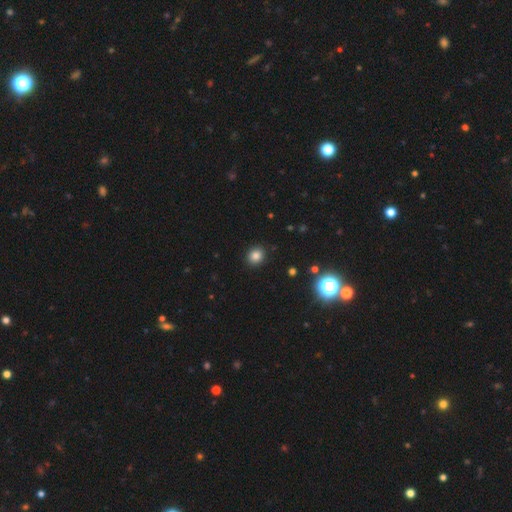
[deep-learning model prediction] A smooth galaxy with no disk features (82%) that is round (75%). Merging: none (91%).